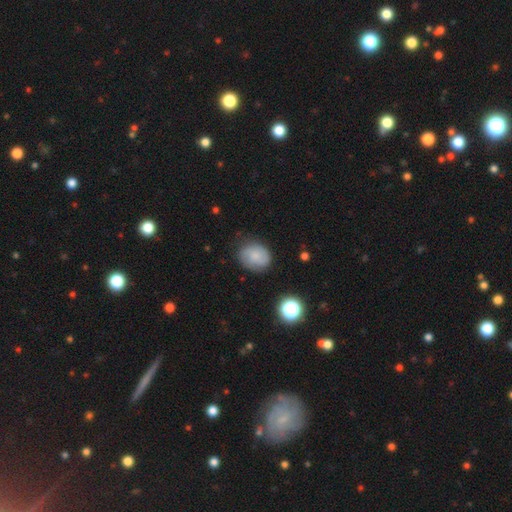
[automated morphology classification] Overall: smooth (68%). How rounded: round (56%; in between 43%). Merging: none (74%).